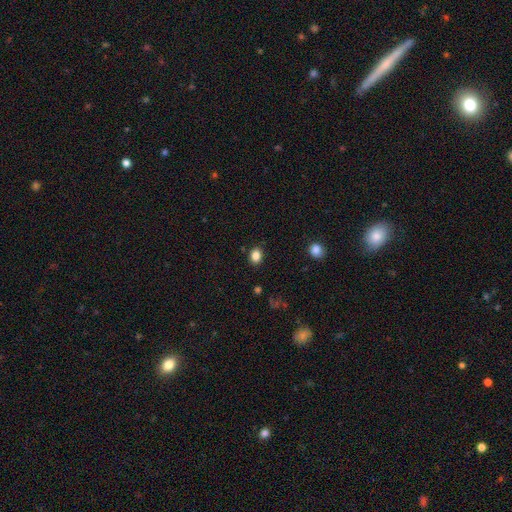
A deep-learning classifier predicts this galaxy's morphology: Smooth or featured? smooth (85%)
How rounded? in between (58%)
Merging? none (86%)